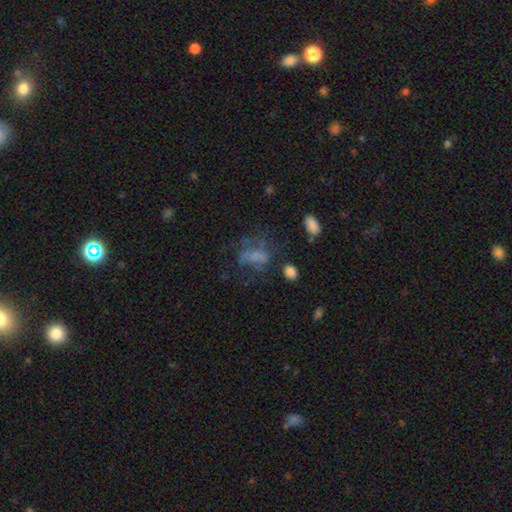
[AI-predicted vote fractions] Overall: smooth (42%; featured or disk 39%). Merging: major disturbance (39%; none 36%).